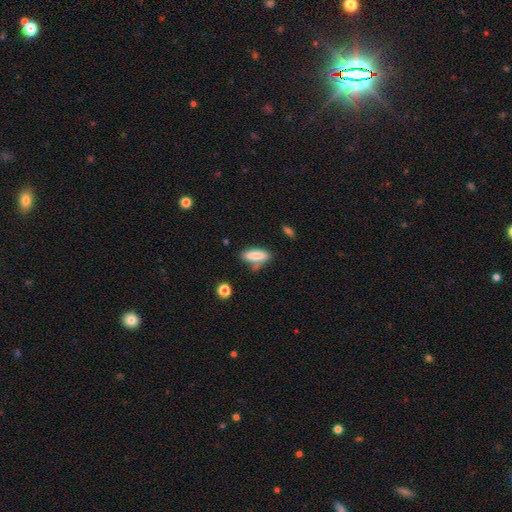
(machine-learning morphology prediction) The model was most divided on "how rounded": in between: 62%, cigar-shaped: 36%, round: 2%. More confident: smooth or featured — smooth (82%); merging — none (57%).